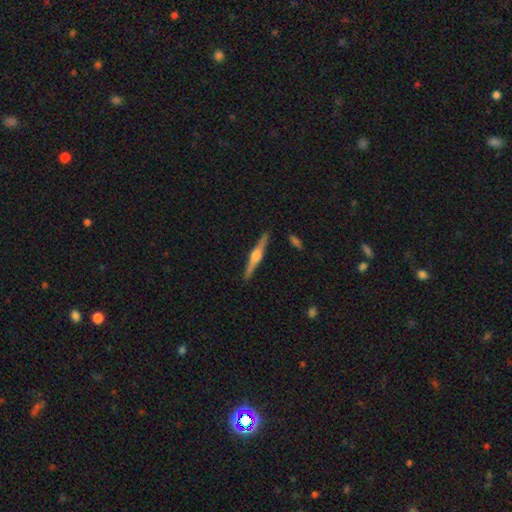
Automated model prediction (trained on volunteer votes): smooth_or_featured: featured or disk (p=0.79) [alt: smooth p=0.16]
disk_edge_on: yes (p=0.98) [alt: no p=0.02]
edge_on_bulge: rounded (p=0.90) [alt: boxy p=0.08]
merging: none (p=0.91) [alt: minor disturbance p=0.06]